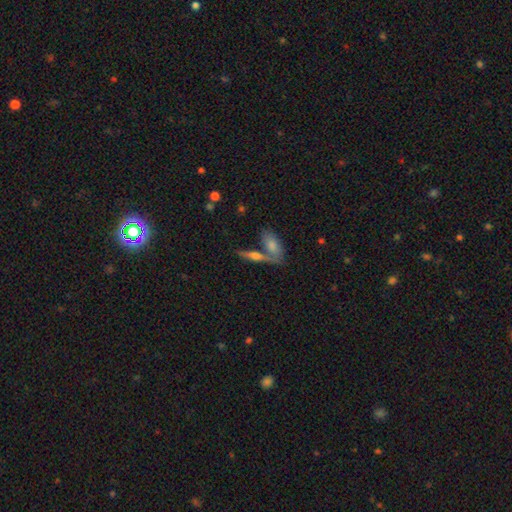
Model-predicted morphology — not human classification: A smooth galaxy with no disk features (46%).

Vote fractions:
- Smooth or featured? smooth: 46% / featured or disk: 42% / star or artifact: 12%
- Merging? none: 51% / merger: 36% / minor disturbance: 9% / major disturbance: 4%